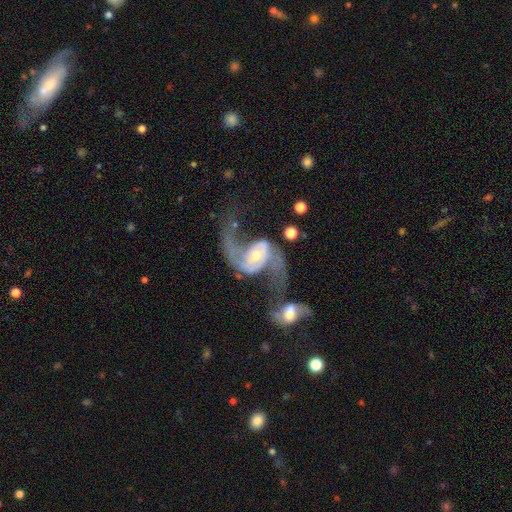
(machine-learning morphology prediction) A featured or disk galaxy (89%) with no bar (50%), 2 (91%) loose (74%) spiral arms (95%) and a moderate central bulge (55%).

Vote fractions:
- Smooth or featured? featured or disk: 89% / smooth: 6% / star or artifact: 5%
- Edge-on disk? no: 97% / yes: 3%
- Bar? no: 50% / weak: 34% / strong: 16%
- Spiral arms? yes: 95% / no: 5%
- Spiral winding? loose: 74% / medium: 21% / tight: 5%
- Spiral arm count? 2: 91% / 1: 4% / can't tell: 2% / 3: 1% / 4: 1% / more than 4: 1%
- Bulge size? moderate: 55% / small: 37% / large: 5% / none: 2% / dominant: 1%
- Merging? merger: 36% / none: 30% / major disturbance: 22% / minor disturbance: 12%